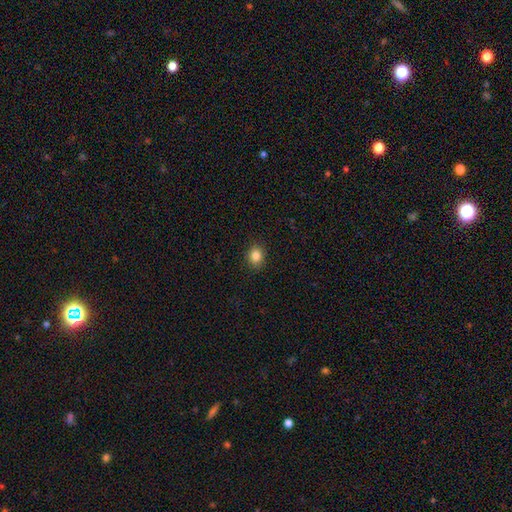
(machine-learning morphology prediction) A smooth galaxy with no disk features (85%) that is round (62%). Merging: none (90%).